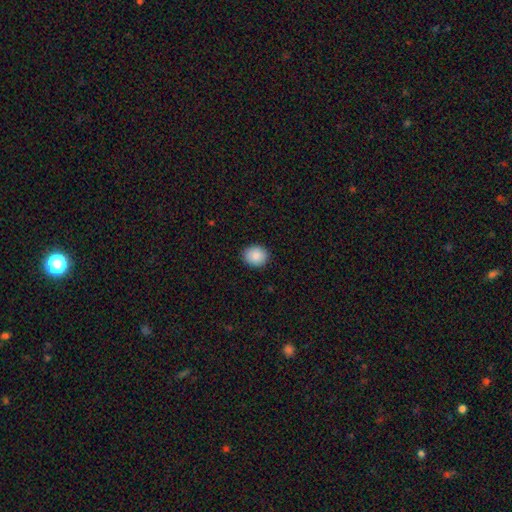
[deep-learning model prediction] Smooth or featured? smooth (88%)
How rounded? round (74%)
Merging? none (91%)